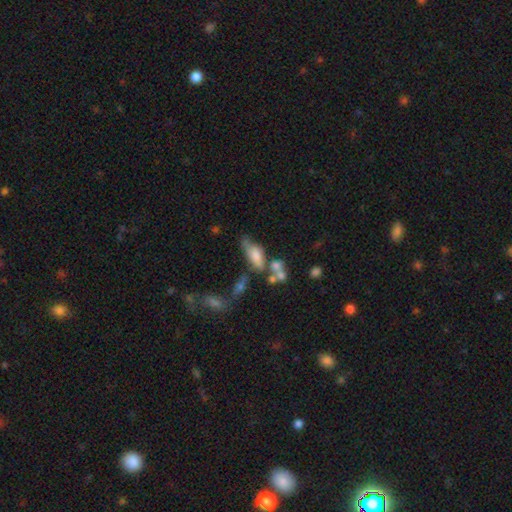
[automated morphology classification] type=smooth (62%); roundness=in between (81%); merging=none (31%).